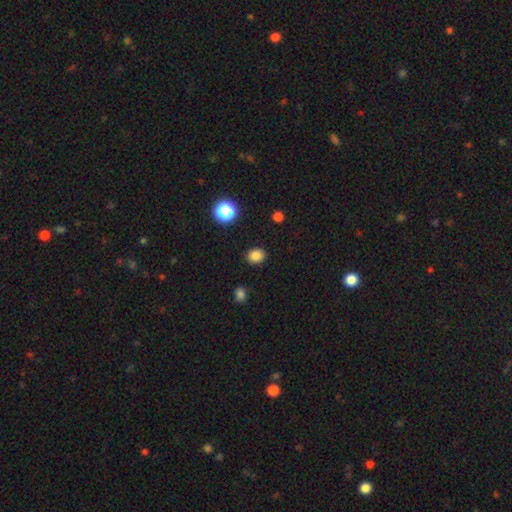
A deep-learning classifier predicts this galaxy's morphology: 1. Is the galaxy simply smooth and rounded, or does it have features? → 84% smooth, 12% star or artifact, 4% featured or disk.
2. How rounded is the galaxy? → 60% round, 39% in between, 1% cigar-shaped.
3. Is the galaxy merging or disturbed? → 89% none, 7% minor disturbance, 2% major disturbance, 1% merger.